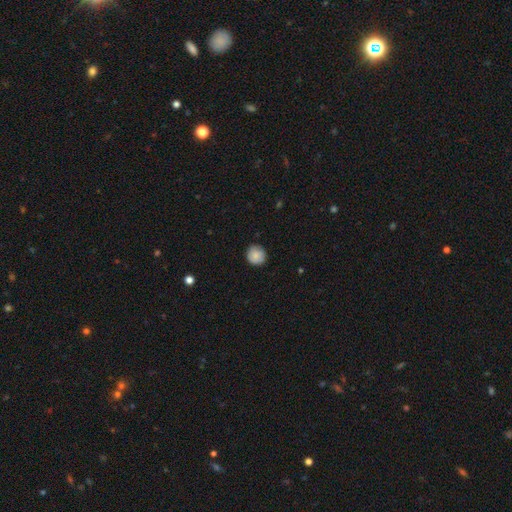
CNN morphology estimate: A smooth galaxy with no disk features (85%) that is round (91%).

Vote fractions:
- Smooth or featured? smooth: 85% / star or artifact: 7% / featured or disk: 7%
- How rounded? round: 91% / in between: 8% / cigar-shaped: 1%
- Merging? none: 86% / minor disturbance: 11% / major disturbance: 2% / merger: 1%